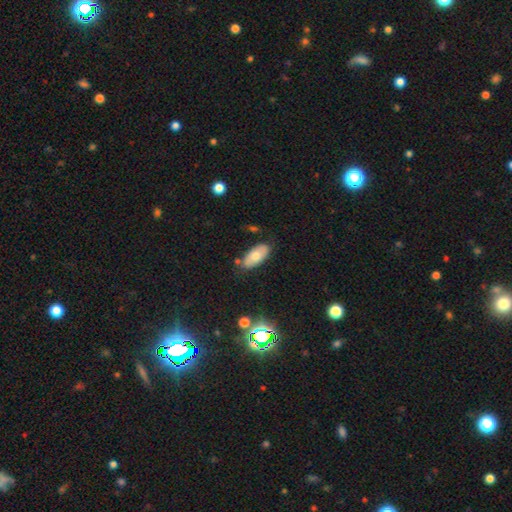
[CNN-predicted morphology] Smooth or featured? Predicted: smooth (p=0.66). How rounded? Predicted: in between (p=0.91). Merging? Predicted: none (p=0.77).